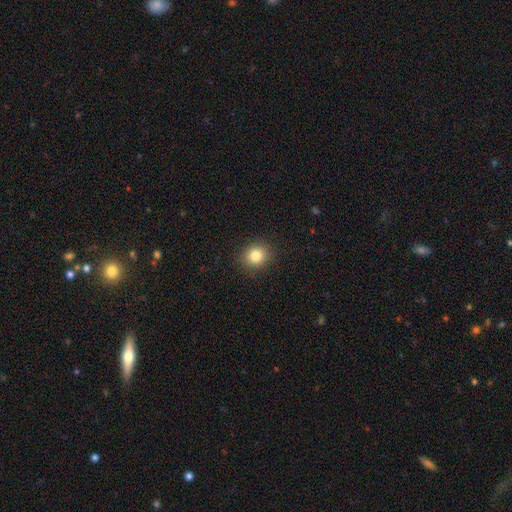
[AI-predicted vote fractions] Smooth or featured?
  - smooth: 82% *
  - star or artifact: 11%
  - featured or disk: 6%
How rounded?
  - round: 80% *
  - in between: 19%
  - cigar-shaped: 1%
Merging?
  - none: 90% *
  - minor disturbance: 6%
  - major disturbance: 2%
  - merger: 1%